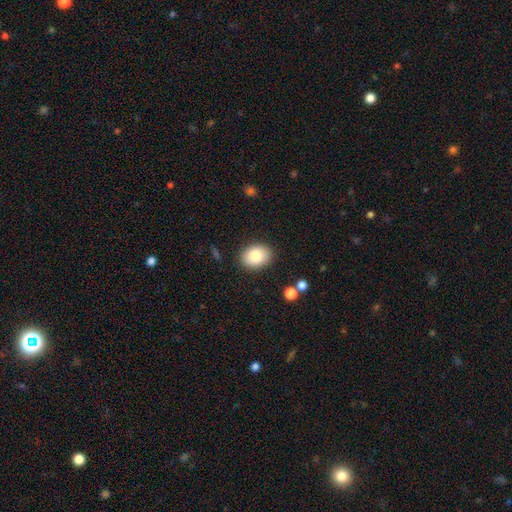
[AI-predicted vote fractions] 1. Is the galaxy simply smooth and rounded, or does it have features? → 84% smooth, 9% featured or disk, 7% star or artifact.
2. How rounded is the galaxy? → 67% in between, 32% round, 1% cigar-shaped.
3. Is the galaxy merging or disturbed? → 87% none, 9% minor disturbance, 2% major disturbance, 1% merger.